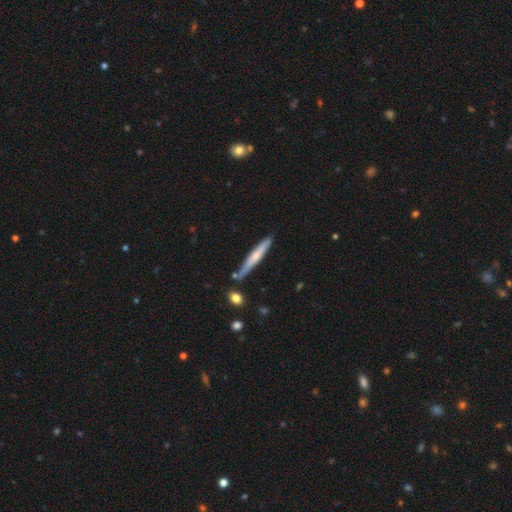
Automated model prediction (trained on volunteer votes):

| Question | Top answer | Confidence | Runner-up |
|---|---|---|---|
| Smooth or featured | smooth | 53% | featured or disk (41%) |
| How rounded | cigar-shaped | 95% | in between (4%) |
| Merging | none | 79% | minor disturbance (13%) |